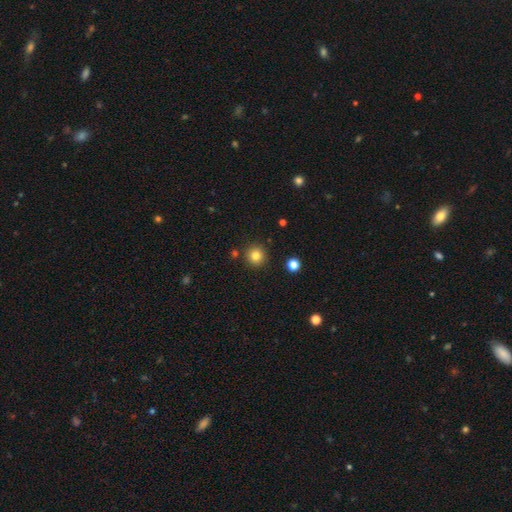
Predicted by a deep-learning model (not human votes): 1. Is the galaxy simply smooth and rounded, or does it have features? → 81% smooth, 12% star or artifact, 6% featured or disk.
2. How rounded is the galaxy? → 95% round, 4% in between, 1% cigar-shaped.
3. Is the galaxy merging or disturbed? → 88% none, 6% minor disturbance, 3% merger, 2% major disturbance.